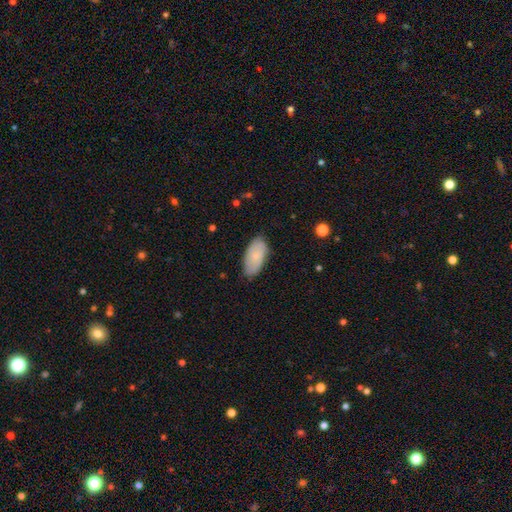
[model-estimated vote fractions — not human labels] smooth-or-featured: smooth: 75% | featured or disk: 19% | star or artifact: 6%
  how-rounded: in between: 94% | cigar-shaped: 4% | round: 2%
  merging: none: 80% | minor disturbance: 16% | major disturbance: 3% | merger: 1%